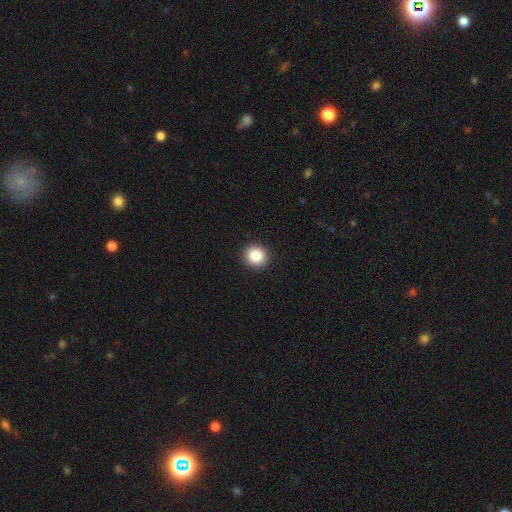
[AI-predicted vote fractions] smooth_or_featured: smooth (p=0.85) [alt: star or artifact p=0.10]
how_rounded: round (p=0.90) [alt: in between p=0.10]
merging: none (p=0.93) [alt: minor disturbance p=0.05]